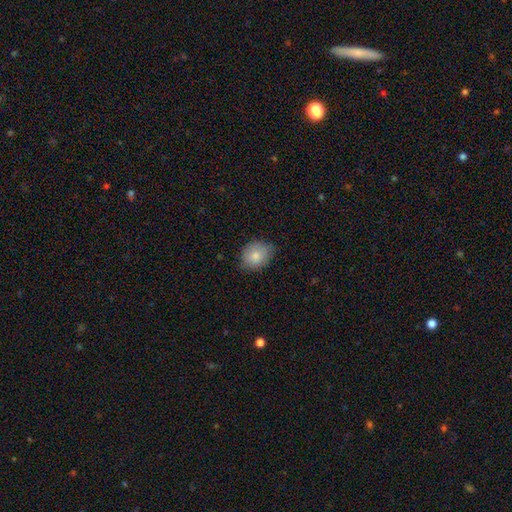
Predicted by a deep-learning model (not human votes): This appears to be a smooth galaxy with no disk features (83%) that is in between round and cigar-shaped (54%). Merging: none (71%).